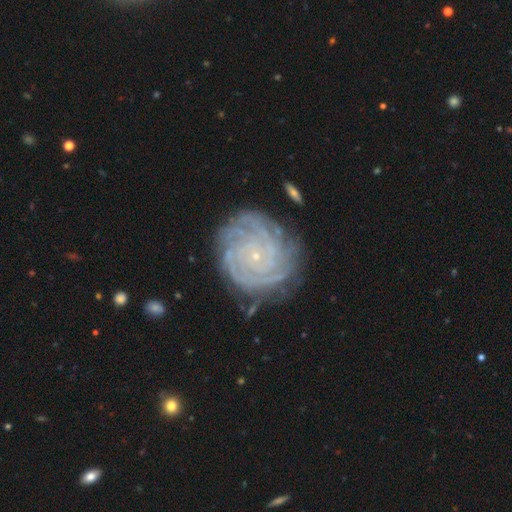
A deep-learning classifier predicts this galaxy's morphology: smooth_or_featured: featured or disk (p=0.88) [alt: star or artifact p=0.06]
disk_edge_on: no (p=0.98) [alt: yes p=0.02]
bar: no (p=0.80) [alt: weak p=0.14]
has_spiral_arms: yes (p=0.98) [alt: no p=0.02]
spiral_winding: tight (p=0.86) [alt: medium p=0.12]
spiral_arm_count: 4 (p=0.27) [alt: can't tell p=0.20]
bulge_size: small (p=0.90) [alt: moderate p=0.06]
merging: none (p=0.78) [alt: minor disturbance p=0.15]